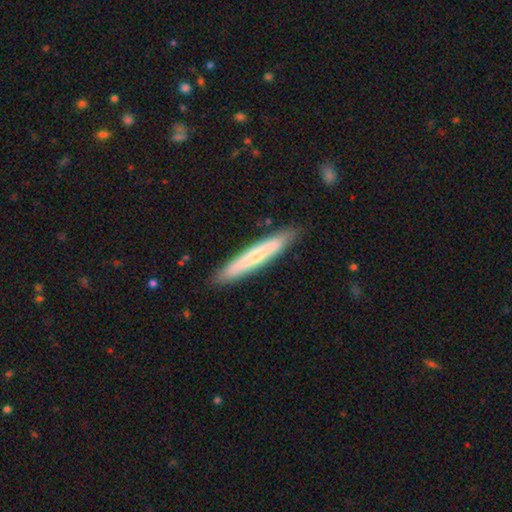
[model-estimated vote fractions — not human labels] Smooth or featured? smooth (60%)
How rounded? cigar-shaped (94%)
Merging? none (89%)